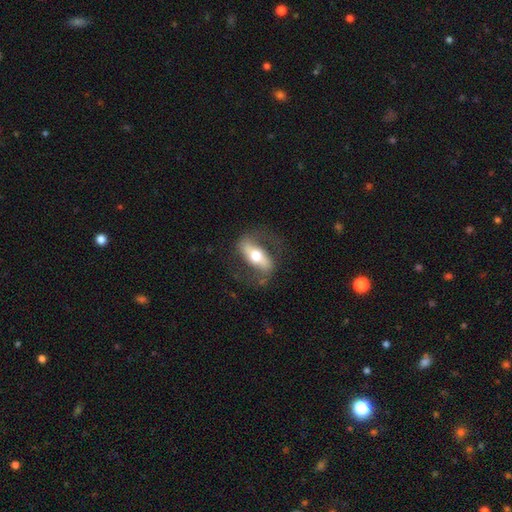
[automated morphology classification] Overall: featured or disk (61%; smooth 33%). Edge-on disk: no (72%). Merging: none (69%).